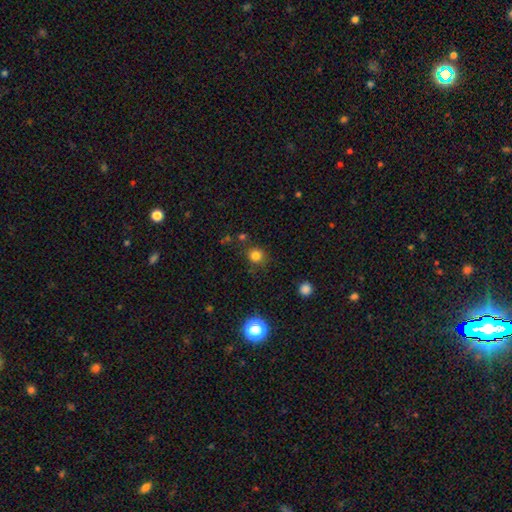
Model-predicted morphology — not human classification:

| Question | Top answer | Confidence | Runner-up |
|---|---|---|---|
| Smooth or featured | smooth | 80% | star or artifact (15%) |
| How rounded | round | 90% | in between (9%) |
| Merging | none | 82% | minor disturbance (10%) |